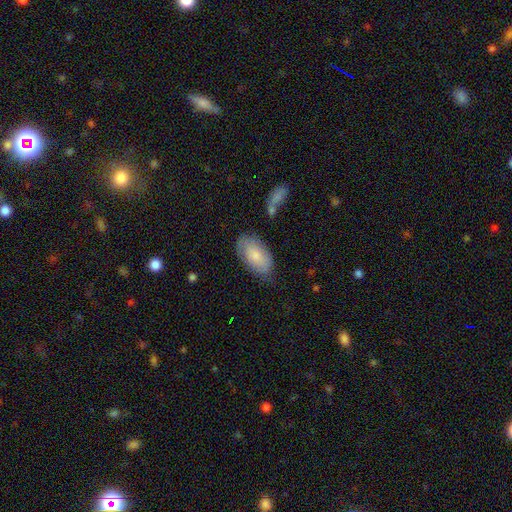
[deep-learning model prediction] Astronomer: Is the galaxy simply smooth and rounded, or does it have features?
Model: smooth — 77%.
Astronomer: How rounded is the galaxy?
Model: in between — 95%.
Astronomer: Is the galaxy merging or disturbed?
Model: none — 71%.